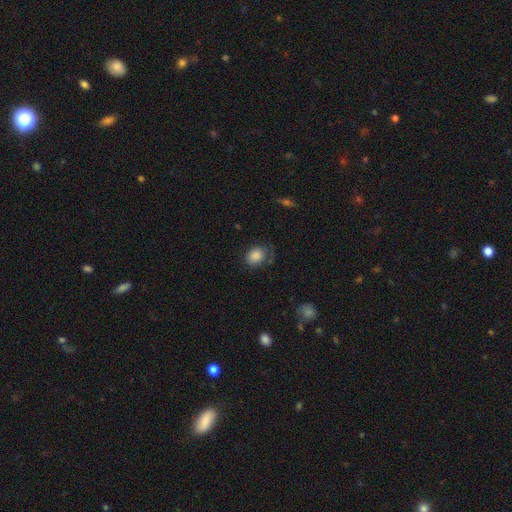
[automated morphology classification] Q: Smooth or featured?
A: smooth (85%); runner-up: star or artifact (9%)
Q: How rounded?
A: round (50%); runner-up: in between (49%)
Q: Merging?
A: none (58%); runner-up: minor disturbance (26%)